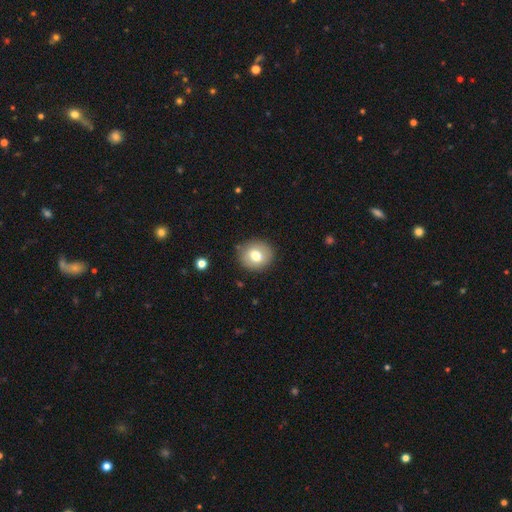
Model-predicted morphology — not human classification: The model was most divided on "smooth or featured": smooth: 73%, featured or disk: 18%, star or artifact: 9%. More confident: merging — none (85%); how rounded — round (79%).